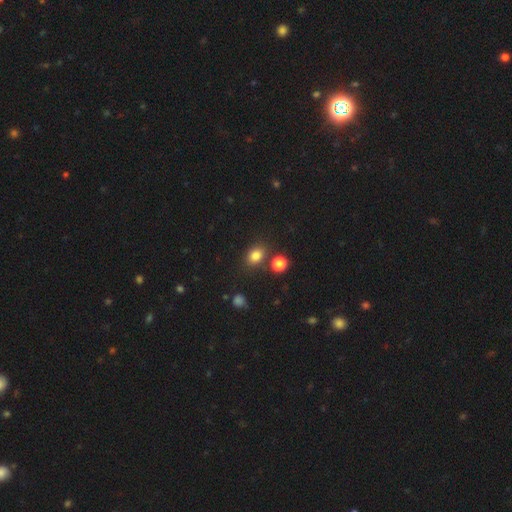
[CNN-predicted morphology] The model was most divided on "how rounded": in between: 54%, round: 45%, cigar-shaped: 1%. More confident: smooth or featured — smooth (80%); merging — none (73%).